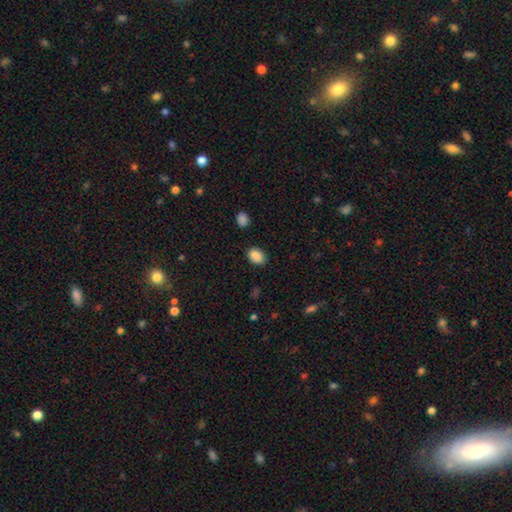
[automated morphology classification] Smooth or featured?
  - smooth: 87% *
  - star or artifact: 9%
  - featured or disk: 4%
How rounded?
  - in between: 77% *
  - round: 22%
  - cigar-shaped: 1%
Merging?
  - none: 82% *
  - minor disturbance: 13%
  - major disturbance: 3%
  - merger: 2%